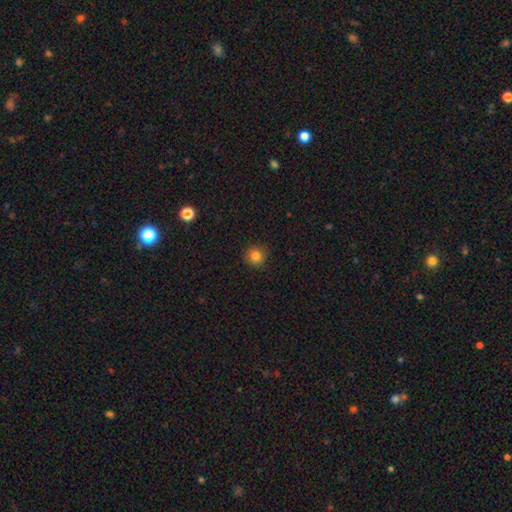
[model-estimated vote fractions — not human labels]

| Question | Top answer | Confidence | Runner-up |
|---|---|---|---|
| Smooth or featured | smooth | 83% | star or artifact (12%) |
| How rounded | round | 93% | in between (6%) |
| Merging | none | 89% | minor disturbance (8%) |